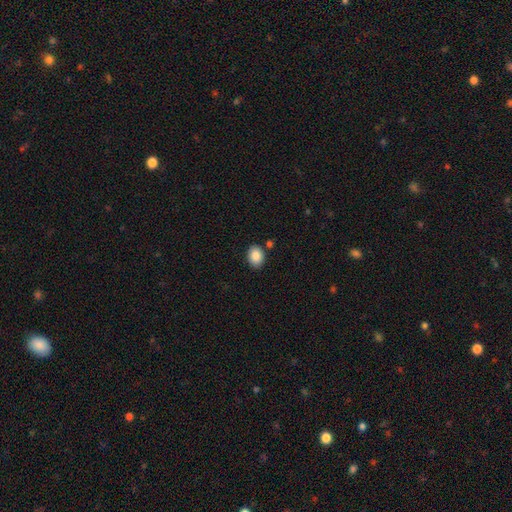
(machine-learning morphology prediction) A smooth galaxy with no disk features (88%) that is in between round and cigar-shaped (69%).

Vote fractions:
- Smooth or featured? smooth: 88% / star or artifact: 8% / featured or disk: 5%
- How rounded? in between: 69% / round: 30% / cigar-shaped: 1%
- Merging? none: 85% / minor disturbance: 9% / merger: 4% / major disturbance: 2%